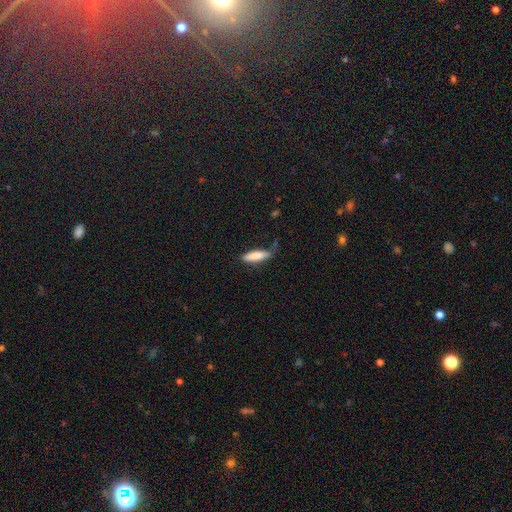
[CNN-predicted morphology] smooth_or_featured: smooth (p=0.83) [alt: featured or disk p=0.11]
how_rounded: cigar-shaped (p=0.62) [alt: in between p=0.37]
merging: none (p=0.57) [alt: minor disturbance p=0.30]